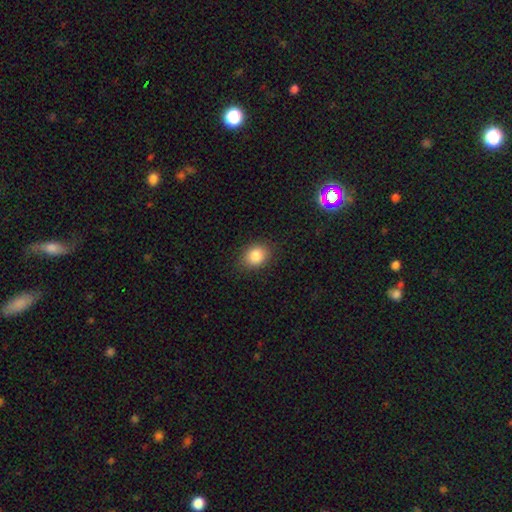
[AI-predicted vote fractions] This appears to be a smooth galaxy with no disk features (86%) that is round (50%). Merging: none (85%).